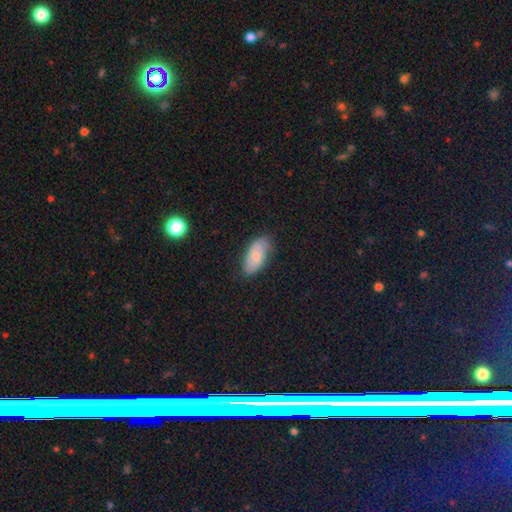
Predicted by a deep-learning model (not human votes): This appears to be a smooth galaxy with no disk features (65%) that is in between round and cigar-shaped (91%). Merging: none (73%).